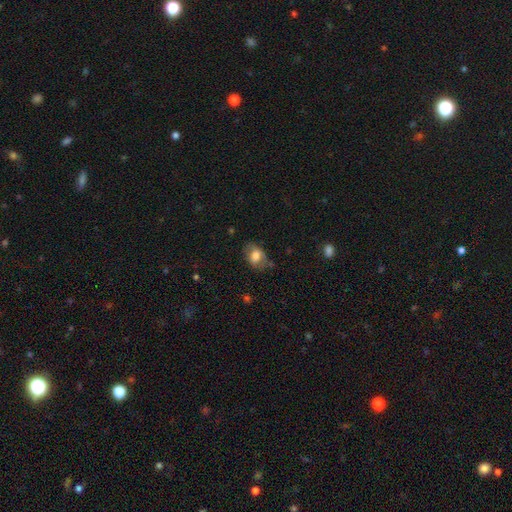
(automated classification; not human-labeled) Overall: smooth (69%). How rounded: in between (78%). Merging: none (58%; minor disturbance 28%).